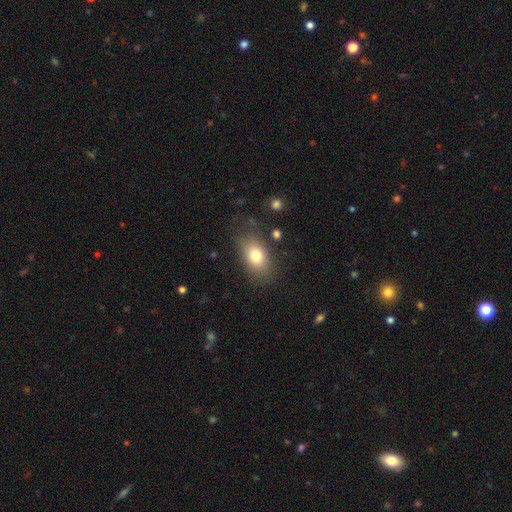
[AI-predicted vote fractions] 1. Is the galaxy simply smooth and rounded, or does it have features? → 77% smooth, 14% featured or disk, 9% star or artifact.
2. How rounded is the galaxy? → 83% in between, 14% round, 2% cigar-shaped.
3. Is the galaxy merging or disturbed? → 78% none, 14% minor disturbance, 6% major disturbance, 2% merger.